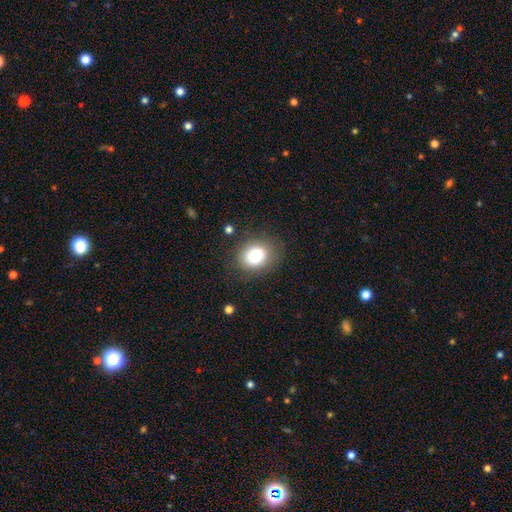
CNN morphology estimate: Overall: smooth (80%). How rounded: round (61%; in between 38%). Merging: none (80%).